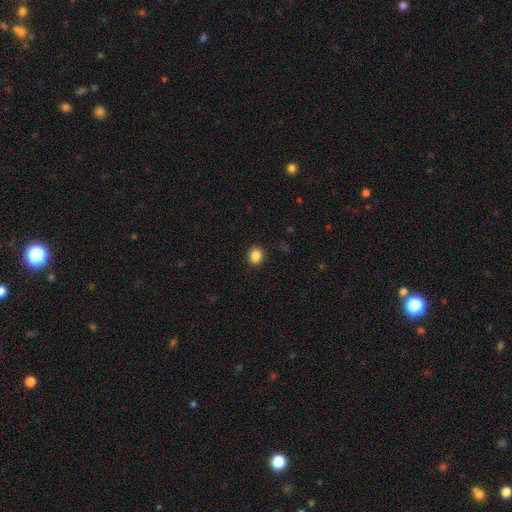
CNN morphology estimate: A smooth galaxy with no disk features (87%) that is round (58%). Merging: none (90%).